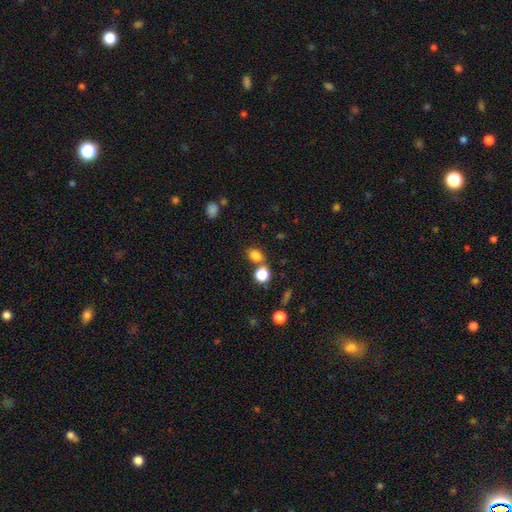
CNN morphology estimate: smooth-or-featured: smooth: 81% | star or artifact: 14% | featured or disk: 6%
  how-rounded: in between: 60% | round: 39% | cigar-shaped: 1%
  merging: none: 61% | merger: 24% | minor disturbance: 11% | major disturbance: 4%